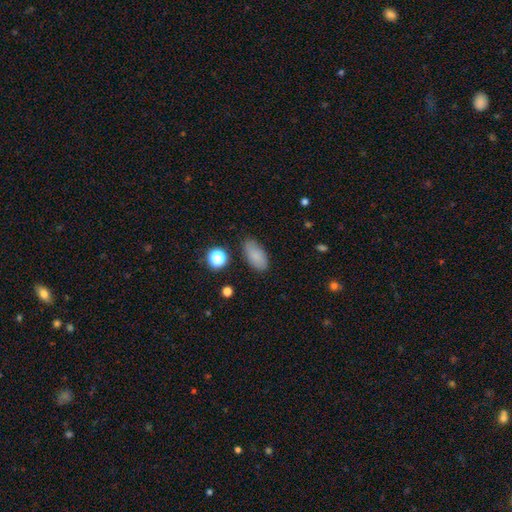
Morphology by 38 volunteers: smooth 95%, featured or disk 5%, star or artifact 0%. Down the decision tree: how rounded — in between (97%); merging — none (79%).